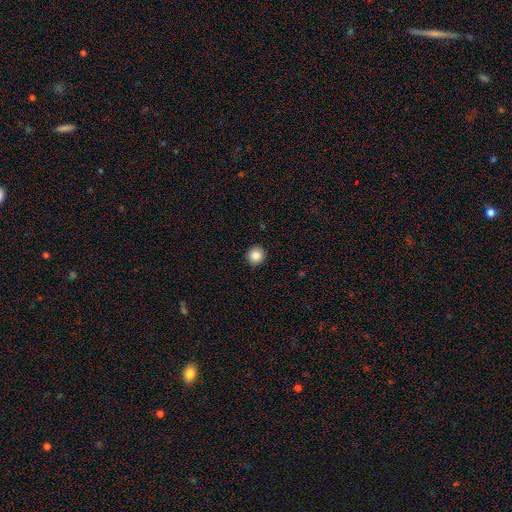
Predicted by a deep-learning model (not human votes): A smooth galaxy with no disk features (85%) that is round (93%).

Vote fractions:
- Smooth or featured? smooth: 85% / star or artifact: 10% / featured or disk: 5%
- How rounded? round: 93% / in between: 6% / cigar-shaped: 1%
- Merging? none: 93% / minor disturbance: 5% / major disturbance: 2% / merger: 1%